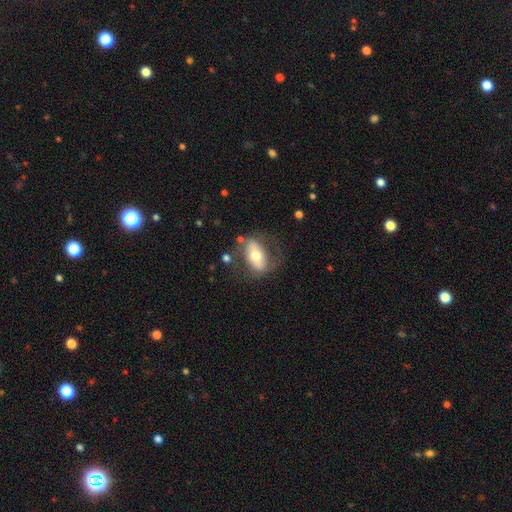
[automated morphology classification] Smooth or featured? Predicted: featured or disk (p=0.47, tied with smooth). Merging? Predicted: none (p=0.59).